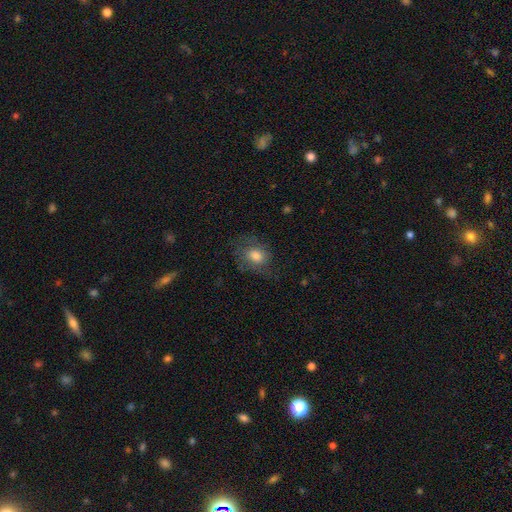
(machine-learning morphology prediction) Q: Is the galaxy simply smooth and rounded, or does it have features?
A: smooth — 66%.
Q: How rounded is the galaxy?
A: in between — 55%.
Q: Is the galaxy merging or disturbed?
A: none — 62%.